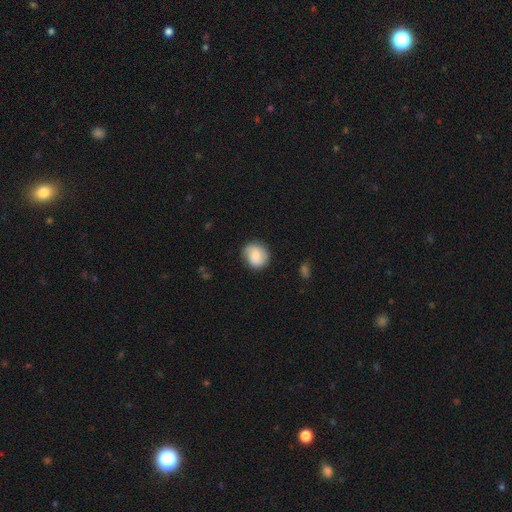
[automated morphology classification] Smooth or featured?
  - smooth: 72% *
  - featured or disk: 21%
  - star or artifact: 7%
How rounded?
  - round: 78% *
  - in between: 21%
  - cigar-shaped: 1%
Merging?
  - none: 79% *
  - minor disturbance: 16%
  - major disturbance: 4%
  - merger: 1%